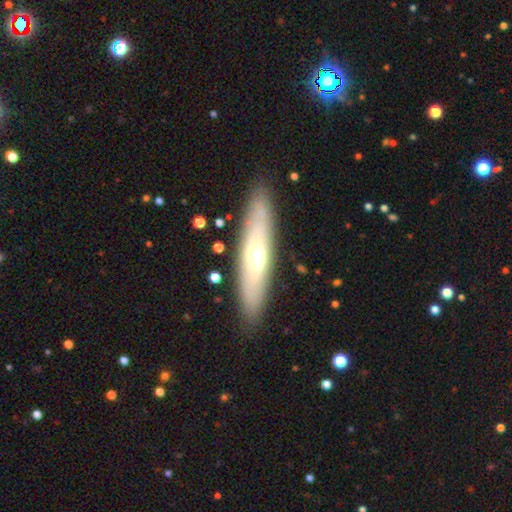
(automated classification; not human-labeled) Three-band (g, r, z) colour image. It shows a smooth galaxy with no disk features (48%). Merging: none (87%).